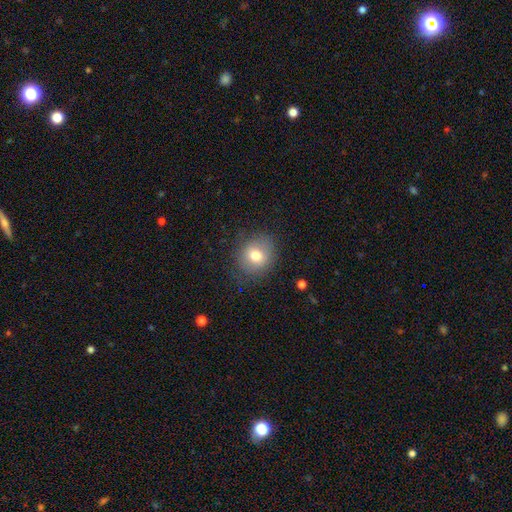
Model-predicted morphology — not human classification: Smooth or featured? Predicted: smooth (p=0.75). How rounded? Predicted: round (p=0.75). Merging? Predicted: none (p=0.80).